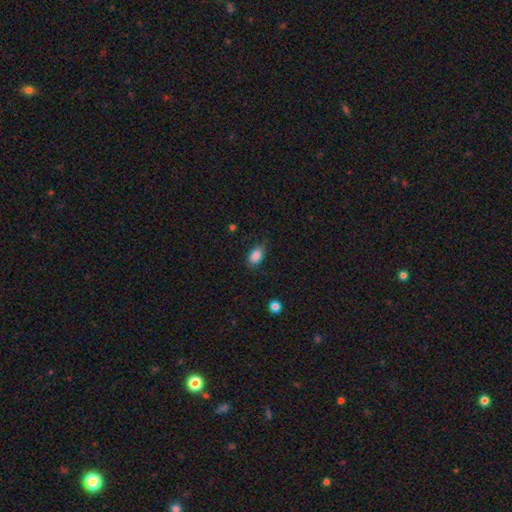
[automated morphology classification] This is clearly a smooth galaxy (86%). How rounded: clearly in between (87%). Merging: likely none (75%).